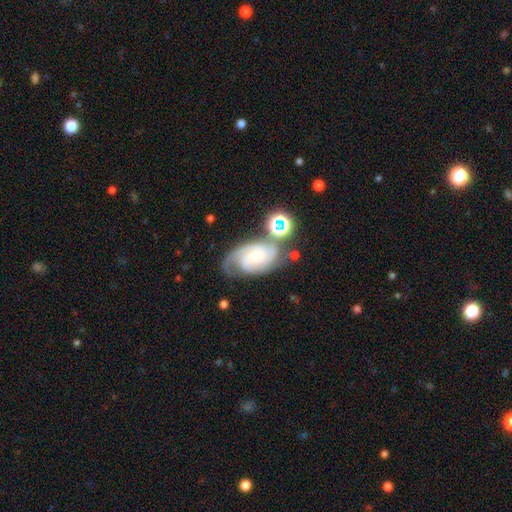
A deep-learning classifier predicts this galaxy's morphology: smooth-or-featured: featured or disk: 80% | smooth: 12% | star or artifact: 8%
  disk-edge-on: no: 96% | yes: 4%
    bar: no: 60% | weak: 32% | strong: 7%
    has-spiral-arms: yes: 96% | no: 4%
      spiral-winding: tight: 48% | medium: 41% | loose: 11%
      spiral-arm-count: 2: 51% | 3: 20% | can't tell: 17% | 1: 6% | 4: 4% | more than 4: 3%
    bulge-size: small: 56% | moderate: 34% | none: 5% | large: 3% | dominant: 1%
  merging: none: 55% | minor disturbance: 21% | major disturbance: 12% | merger: 12%